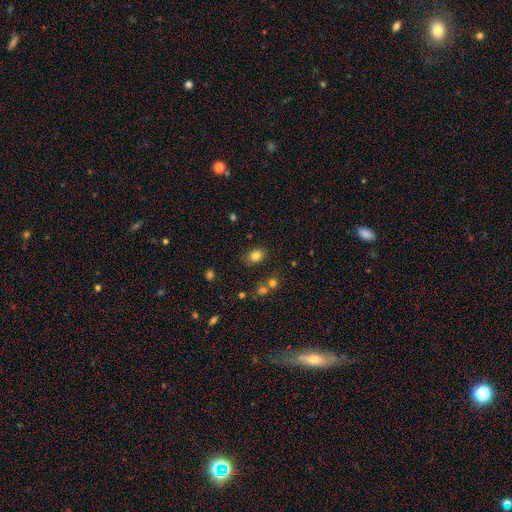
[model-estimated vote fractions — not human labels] A smooth galaxy with no disk features (81%) that is in between round and cigar-shaped (63%).

Vote fractions:
- Smooth or featured? smooth: 81% / star or artifact: 12% / featured or disk: 8%
- How rounded? in between: 63% / round: 36% / cigar-shaped: 1%
- Merging? none: 78% / minor disturbance: 15% / merger: 4% / major disturbance: 4%